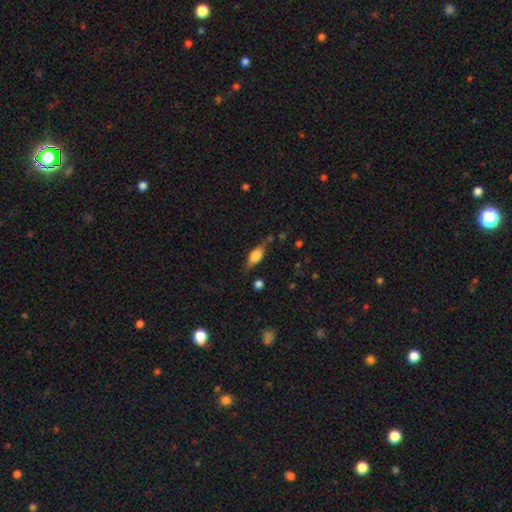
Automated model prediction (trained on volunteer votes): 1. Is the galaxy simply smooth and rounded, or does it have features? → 52% smooth, 40% featured or disk, 8% star or artifact.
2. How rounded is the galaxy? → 70% in between, 25% cigar-shaped, 6% round.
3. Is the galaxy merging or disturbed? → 67% none, 22% minor disturbance, 7% major disturbance, 3% merger.